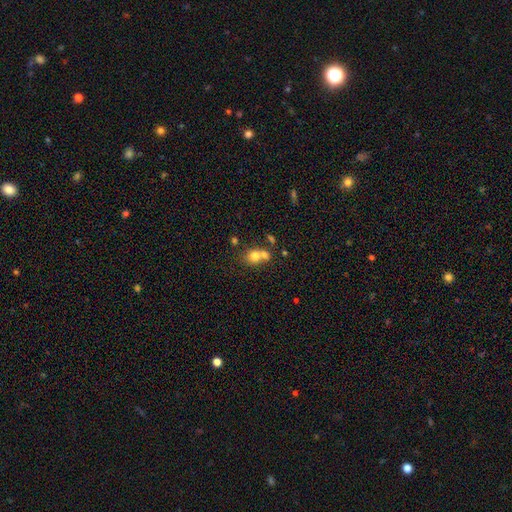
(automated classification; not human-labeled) smooth_or_featured: smooth (p=0.73) [alt: featured or disk p=0.14]
how_rounded: round (p=0.68) [alt: in between p=0.31]
merging: merger (p=0.53) [alt: none p=0.35]